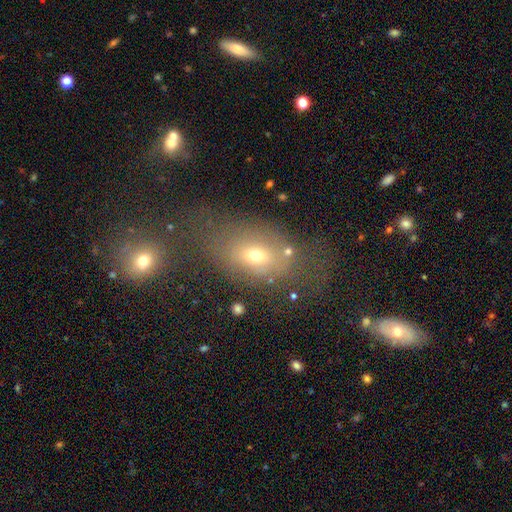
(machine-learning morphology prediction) This is likely a smooth galaxy (60%). How rounded: likely in between (77%). Merging: possibly none (48%).